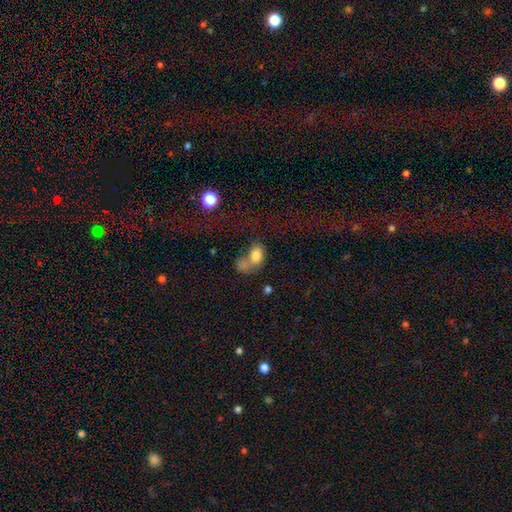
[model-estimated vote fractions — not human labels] This is likely a smooth galaxy (77%). How rounded: likely in between (69%). Merging: possibly merger (54%).